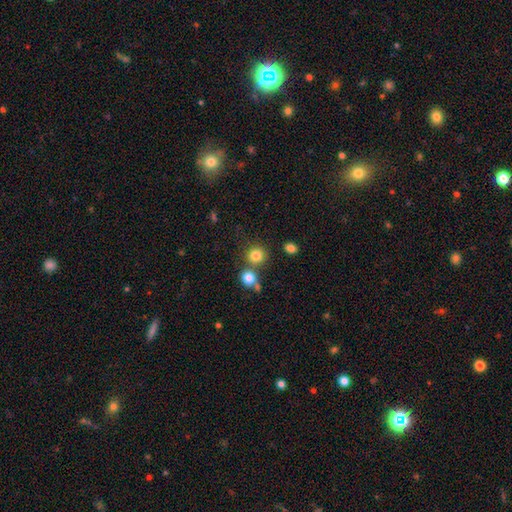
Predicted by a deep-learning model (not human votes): This appears to be a smooth galaxy with no disk features (81%) that is round (89%). Merging: none (67%).